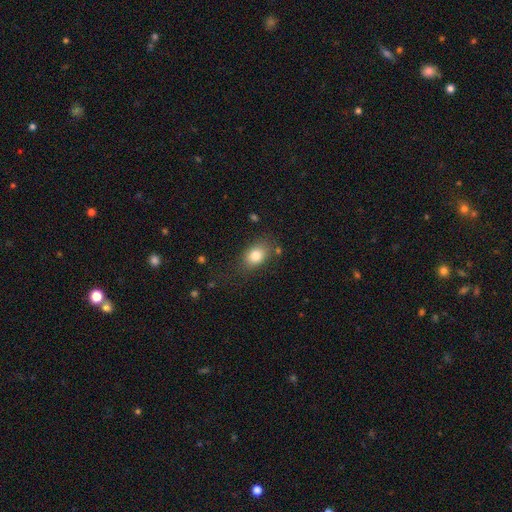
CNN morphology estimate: type=smooth (81%); roundness=in between (73%); merging=none (72%).